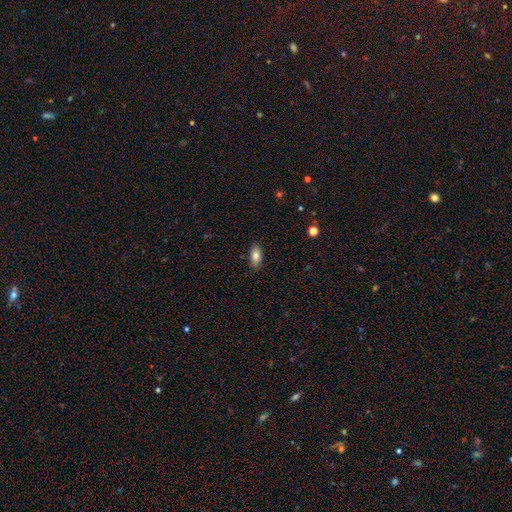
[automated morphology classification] Smooth or featured? smooth (79%)
How rounded? in between (89%)
Merging? none (86%)